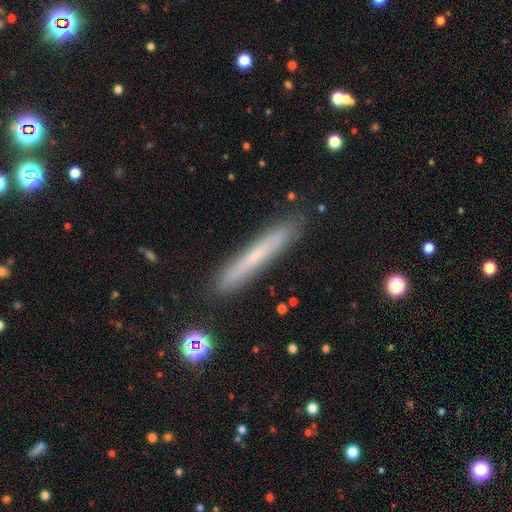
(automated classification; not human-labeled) smooth 54%, featured or disk 38%, star or artifact 8%. Down the decision tree: how rounded — cigar-shaped (96%); merging — none (88%).